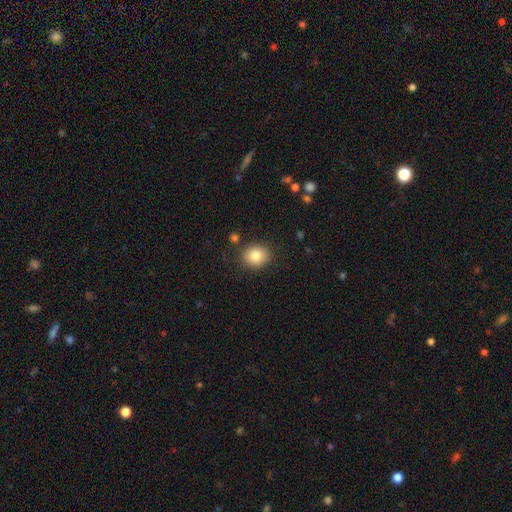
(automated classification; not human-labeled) This is clearly a smooth galaxy (83%). How rounded: likely round (61%). Merging: clearly none (85%).